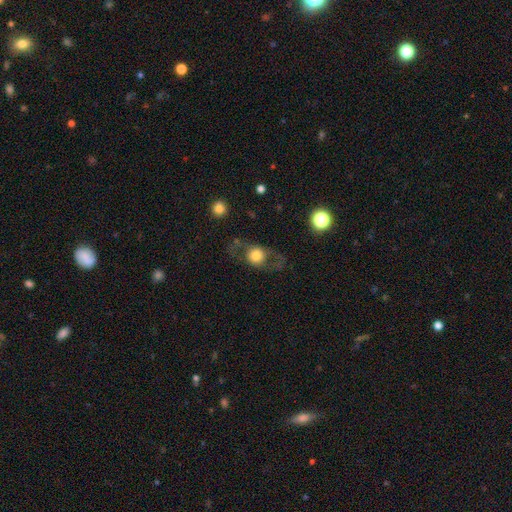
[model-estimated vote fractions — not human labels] Overall: smooth (56%; featured or disk 36%). How rounded: round (73%). Merging: none (64%).